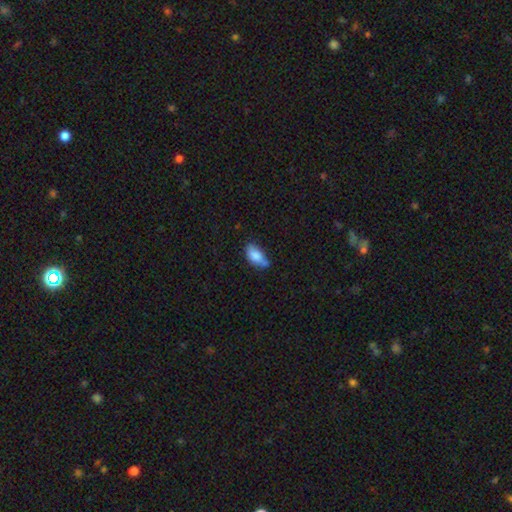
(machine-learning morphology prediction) A smooth galaxy with no disk features (80%) that is in between round and cigar-shaped (89%).

Vote fractions:
- Smooth or featured? smooth: 80% / featured or disk: 12% / star or artifact: 8%
- How rounded? in between: 89% / cigar-shaped: 8% / round: 4%
- Merging? none: 46% / minor disturbance: 36% / merger: 10% / major disturbance: 9%